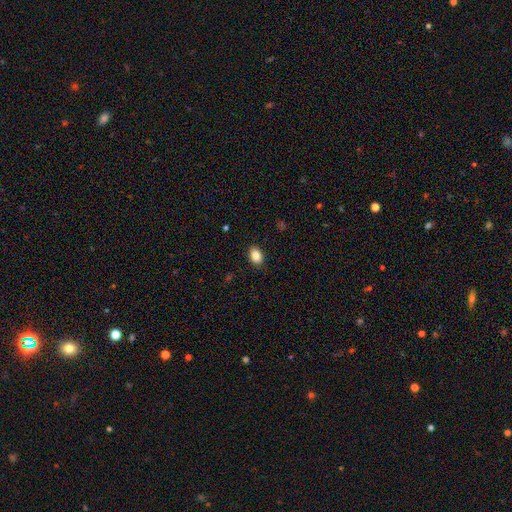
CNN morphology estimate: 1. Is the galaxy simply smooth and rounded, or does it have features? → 86% smooth, 8% star or artifact, 6% featured or disk.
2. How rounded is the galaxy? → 84% in between, 15% round, 1% cigar-shaped.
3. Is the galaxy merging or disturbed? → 89% none, 8% minor disturbance, 2% major disturbance, 1% merger.